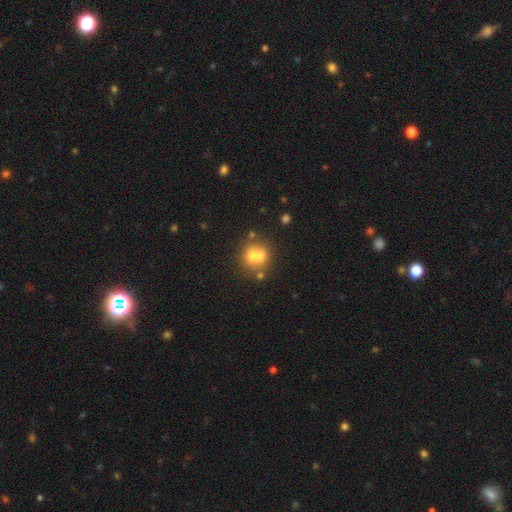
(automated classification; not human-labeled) smooth 64%, featured or disk 24%, star or artifact 13%. Down the decision tree: how rounded — round (83%); merging — merger (49%).